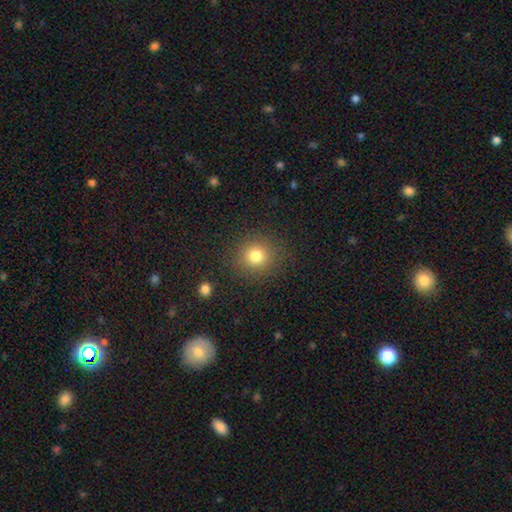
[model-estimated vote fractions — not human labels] Smooth or featured?
  - smooth: 78% *
  - star or artifact: 14%
  - featured or disk: 8%
How rounded?
  - round: 89% *
  - in between: 10%
  - cigar-shaped: 1%
Merging?
  - none: 87% *
  - minor disturbance: 8%
  - major disturbance: 3%
  - merger: 2%